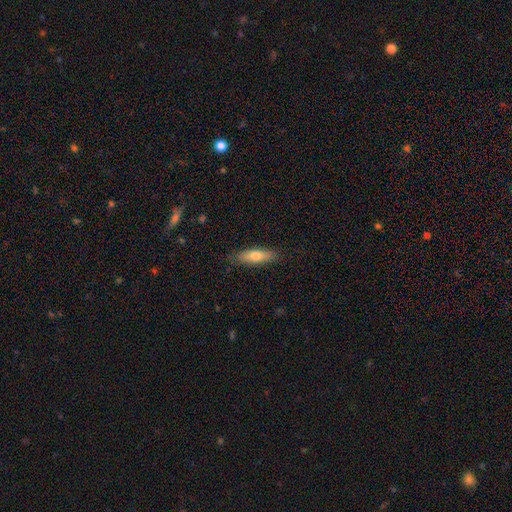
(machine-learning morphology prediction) Q: Smooth or featured?
A: smooth (70%); runner-up: featured or disk (24%)
Q: How rounded?
A: cigar-shaped (55%); runner-up: in between (42%)
Q: Merging?
A: none (85%); runner-up: minor disturbance (12%)